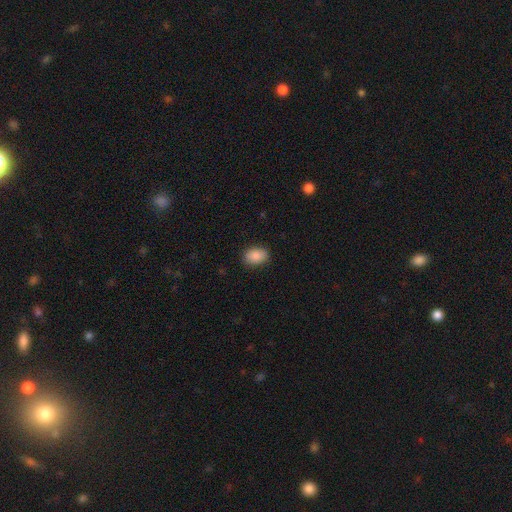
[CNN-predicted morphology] The model was most divided on "how rounded": in between: 79%, round: 20%, cigar-shaped: 1%. More confident: smooth or featured — smooth (87%); merging — none (86%).